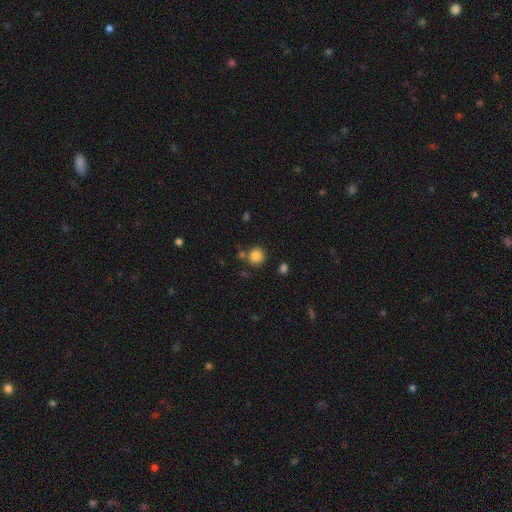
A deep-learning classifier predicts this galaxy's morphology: This appears to be a smooth galaxy with no disk features (85%) that is round (92%). Merging: none (77%).